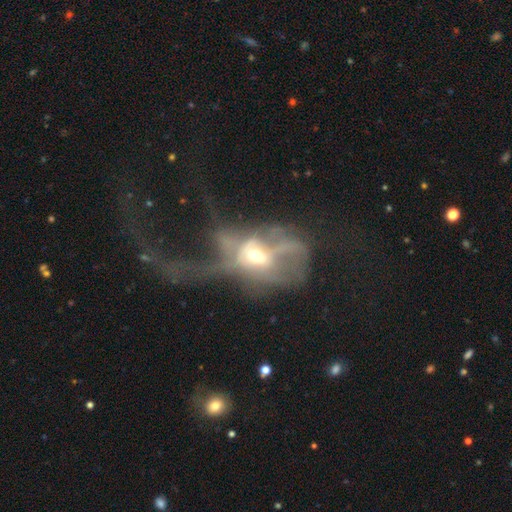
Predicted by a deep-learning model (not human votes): featured or disk 60%, smooth 29%, star or artifact 11%. Down the decision tree: edge-on disk — no (93%); bar — no (75%); spiral arms — no (75%); bulge size — moderate (65%); merging — major disturbance (70%).